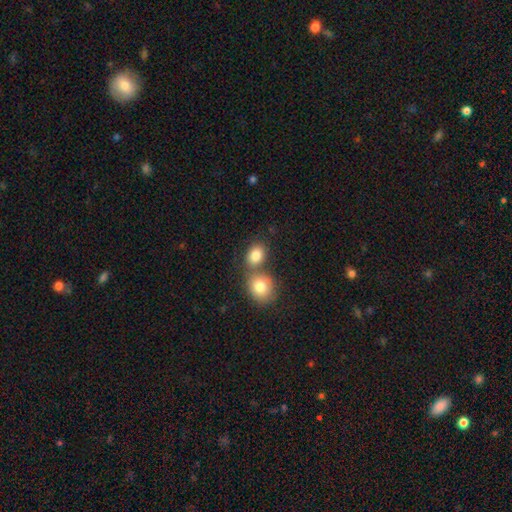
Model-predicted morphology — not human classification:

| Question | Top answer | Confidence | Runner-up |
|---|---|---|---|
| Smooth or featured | smooth | 84% | star or artifact (8%) |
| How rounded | in between | 55% | round (44%) |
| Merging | none | 46% | merger (41%) |